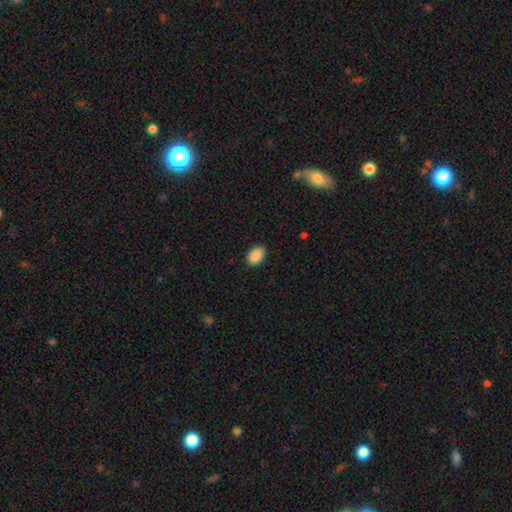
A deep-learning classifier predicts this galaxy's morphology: smooth 90%, star or artifact 7%, featured or disk 3%. Down the decision tree: how rounded — in between (88%); merging — none (90%).